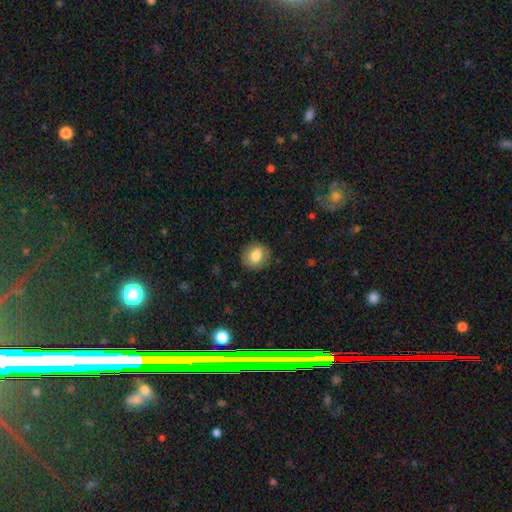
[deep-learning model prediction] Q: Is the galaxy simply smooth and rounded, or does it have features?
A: smooth — 78%.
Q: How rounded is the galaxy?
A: round — 77%.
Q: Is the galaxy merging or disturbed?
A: none — 86%.